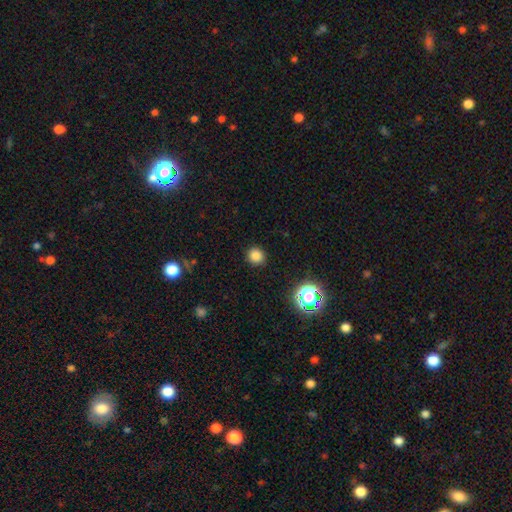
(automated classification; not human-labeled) A smooth galaxy with no disk features (81%) that is round (91%). Merging: none (90%).